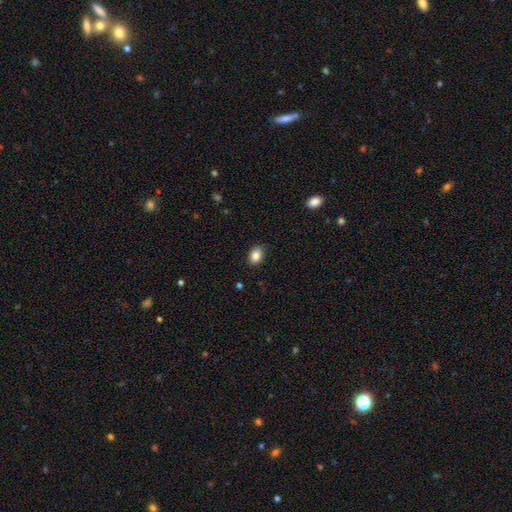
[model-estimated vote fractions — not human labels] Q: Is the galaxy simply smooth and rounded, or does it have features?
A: smooth — 86%.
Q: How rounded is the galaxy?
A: in between — 77%.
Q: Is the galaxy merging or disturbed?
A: none — 87%.